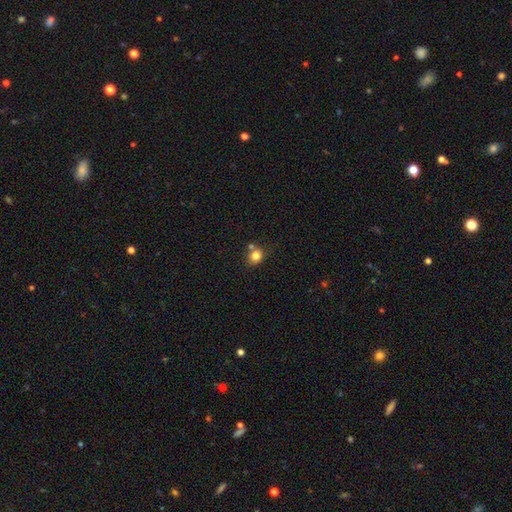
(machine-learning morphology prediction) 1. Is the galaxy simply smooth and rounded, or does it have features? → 81% smooth, 12% star or artifact, 7% featured or disk.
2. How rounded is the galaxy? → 75% round, 25% in between, 1% cigar-shaped.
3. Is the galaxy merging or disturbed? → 63% none, 21% merger, 13% minor disturbance, 4% major disturbance.